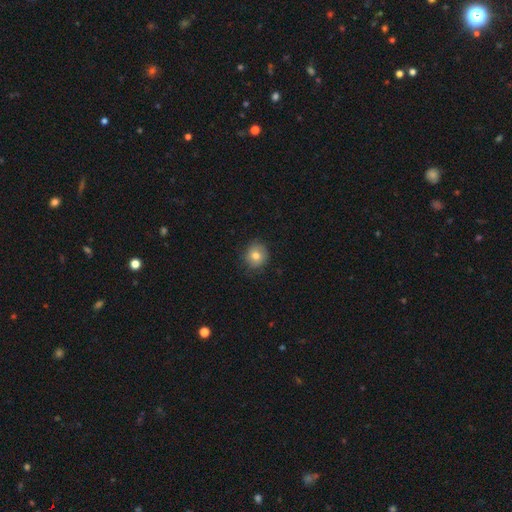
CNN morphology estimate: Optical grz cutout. It shows a smooth galaxy with no disk features (78%) that is round (84%). Merging: none (82%).